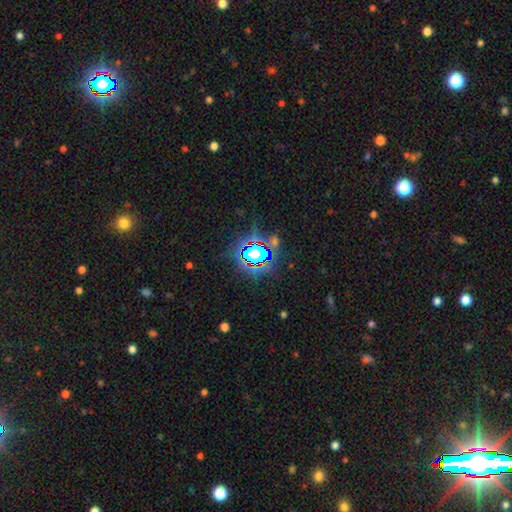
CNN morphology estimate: This is likely a star or artifact rather than a galaxy (78%).